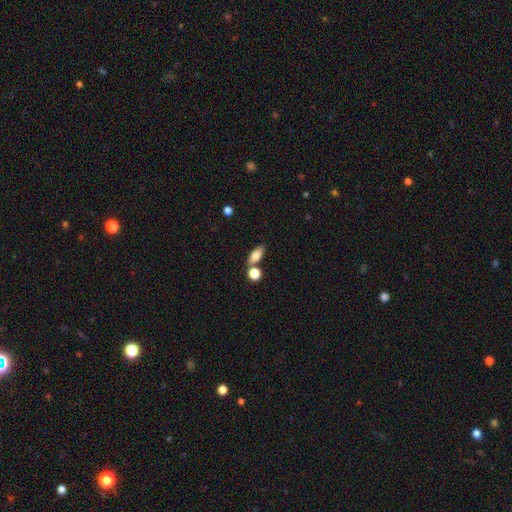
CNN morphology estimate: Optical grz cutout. It shows a smooth galaxy with no disk features (77%) that is in between round and cigar-shaped (81%). Merging: none (67%).